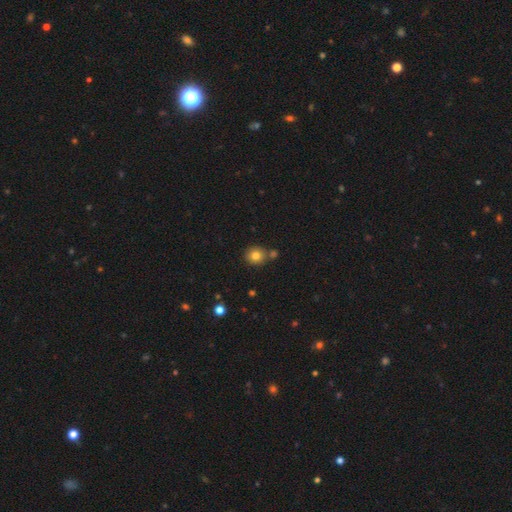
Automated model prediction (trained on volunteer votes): smooth 80%, star or artifact 12%, featured or disk 8%. Down the decision tree: how rounded — round (86%); merging — none (71%).